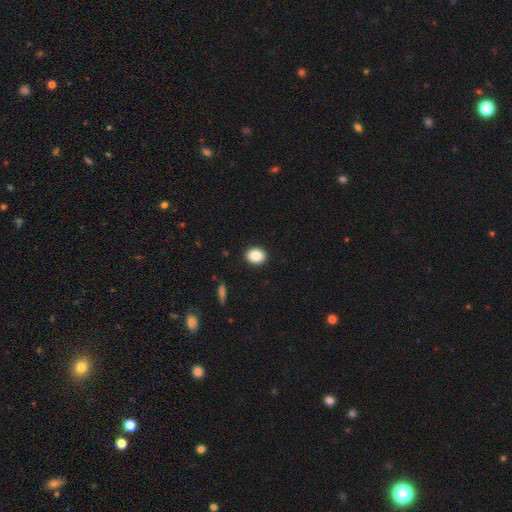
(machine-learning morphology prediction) smooth_or_featured: smooth (p=0.86) [alt: star or artifact p=0.08]
how_rounded: round (p=0.51) [alt: in between p=0.48]
merging: none (p=0.91) [alt: minor disturbance p=0.06]